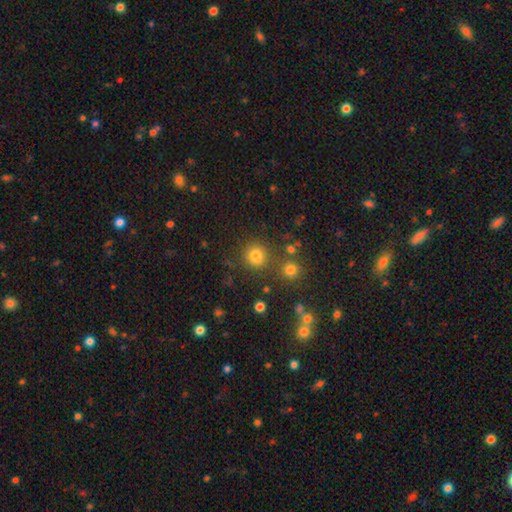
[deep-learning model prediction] The model was most divided on "merging": none: 71%, merger: 14%, minor disturbance: 10%, major disturbance: 4%. More confident: how rounded — round (86%); smooth or featured — smooth (75%).